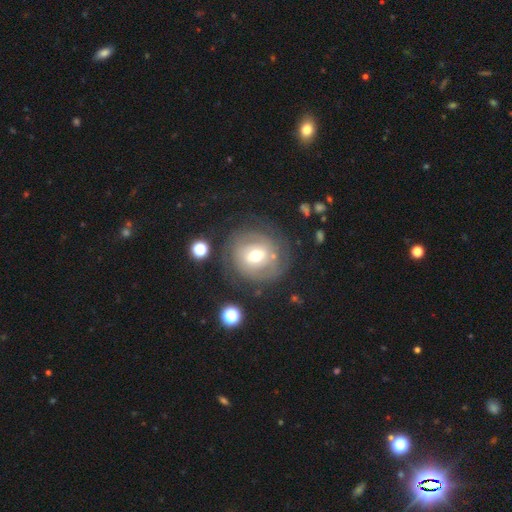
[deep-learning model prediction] A featured or disk galaxy (64%) with a weak bar (46%), spiral arms (70%) and a moderate central bulge (69%).

Vote fractions:
- Smooth or featured? featured or disk: 64% / smooth: 28% / star or artifact: 8%
- Edge-on disk? no: 96% / yes: 4%
- Bar? weak: 46% / no: 36% / strong: 18%
- Spiral arms? yes: 70% / no: 30%
- Bulge size? moderate: 69% / small: 17% / large: 11% / dominant: 1% / none: 1%
- Merging? none: 72% / minor disturbance: 15% / major disturbance: 10% / merger: 3%